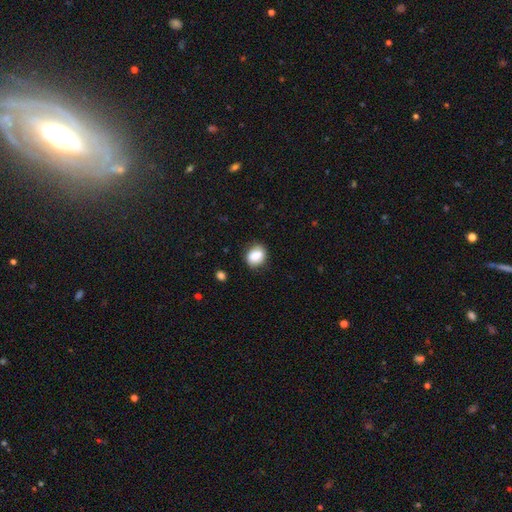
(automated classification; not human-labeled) Smooth or featured?
  - smooth: 82% *
  - featured or disk: 10%
  - star or artifact: 8%
How rounded?
  - in between: 52% *
  - round: 47%
  - cigar-shaped: 1%
Merging?
  - none: 79% *
  - minor disturbance: 15%
  - major disturbance: 4%
  - merger: 2%